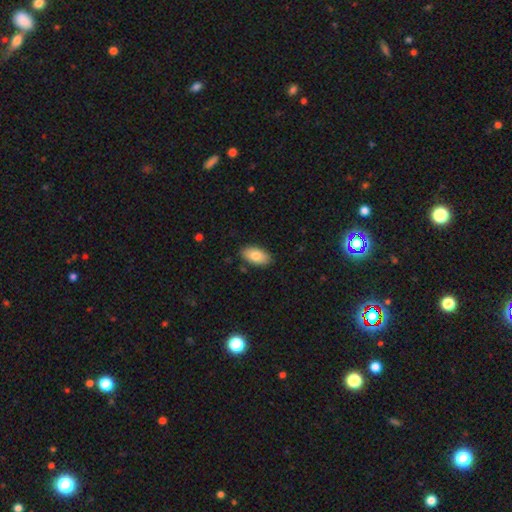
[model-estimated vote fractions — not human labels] smooth_or_featured: smooth (p=0.81) [alt: featured or disk p=0.12]
how_rounded: in between (p=0.95) [alt: round p=0.03]
merging: none (p=0.87) [alt: minor disturbance p=0.10]